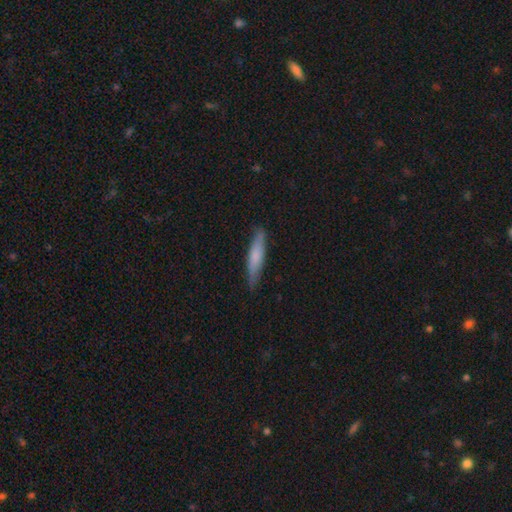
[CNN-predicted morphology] type=smooth (69%); roundness=cigar-shaped (87%); merging=none (85%).